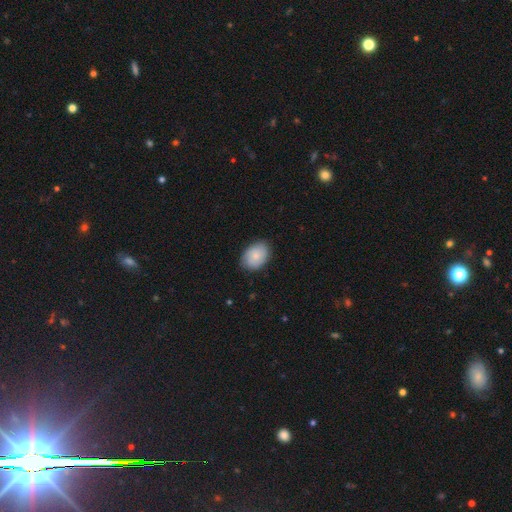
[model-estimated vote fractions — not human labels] A smooth galaxy with no disk features (81%) that is in between round and cigar-shaped (77%). Merging: none (82%).